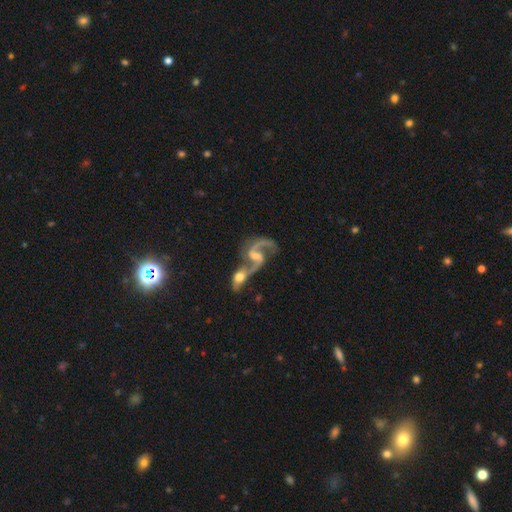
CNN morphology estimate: featured or disk 88%, smooth 7%, star or artifact 5%. Down the decision tree: edge-on disk — no (97%); bar — weak (49%); spiral arms — yes (96%); spiral arm count — 2 (90%); spiral winding — loose (60%); bulge size — small (43%); merging — merger (58%).